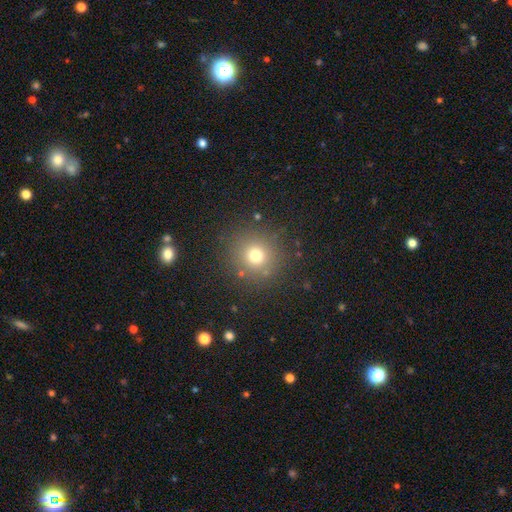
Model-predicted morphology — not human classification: Smooth or featured?
  - smooth: 72% *
  - star or artifact: 18%
  - featured or disk: 10%
How rounded?
  - round: 93% *
  - in between: 6%
  - cigar-shaped: 1%
Merging?
  - none: 86% *
  - minor disturbance: 8%
  - major disturbance: 4%
  - merger: 2%